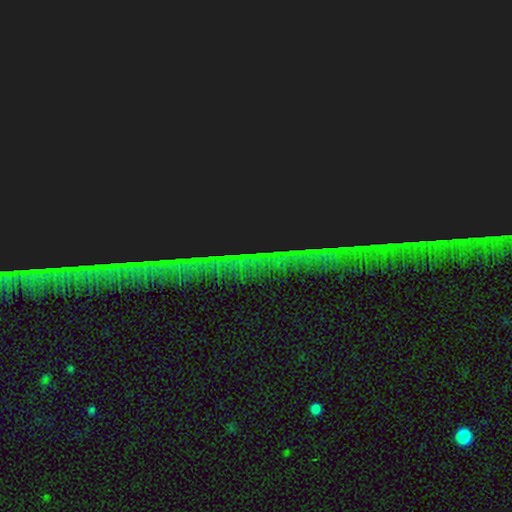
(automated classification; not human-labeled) A star or artifact, not a galaxy (82%).